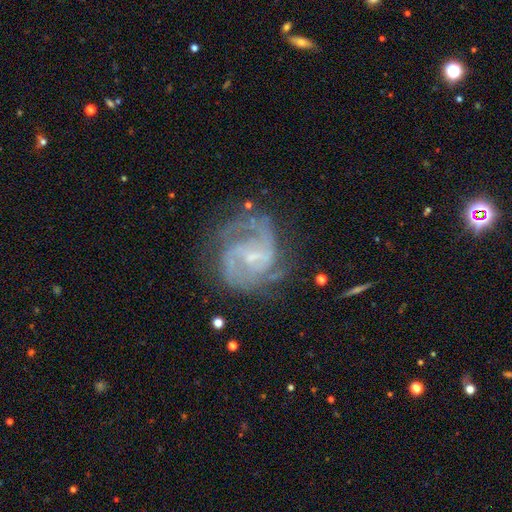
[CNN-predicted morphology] smooth-or-featured: featured or disk: 88% | star or artifact: 7% | smooth: 5%
  disk-edge-on: no: 98% | yes: 2%
    bar: weak: 54% | no: 29% | strong: 18%
    has-spiral-arms: yes: 96% | no: 4%
      spiral-winding: medium: 50% | tight: 38% | loose: 13%
      spiral-arm-count: 2: 50% | 3: 19% | can't tell: 16% | 4: 6% | 1: 5% | more than 4: 4%
    bulge-size: small: 71% | moderate: 17% | none: 10% | large: 1% | dominant: 1%
  merging: none: 67% | minor disturbance: 19% | major disturbance: 12% | merger: 2%